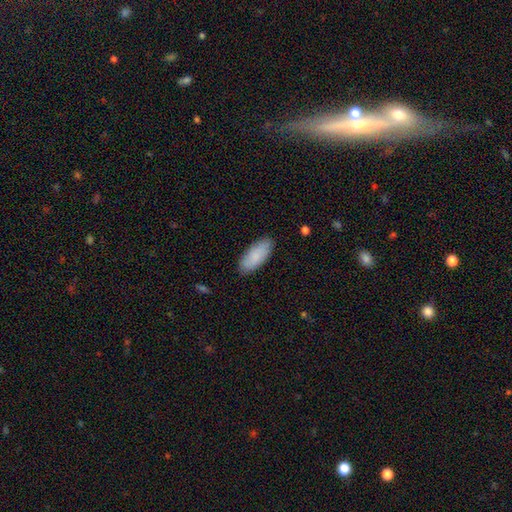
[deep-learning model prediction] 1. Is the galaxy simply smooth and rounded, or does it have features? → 86% smooth, 9% featured or disk, 6% star or artifact.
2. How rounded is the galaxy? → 85% in between, 14% cigar-shaped, 2% round.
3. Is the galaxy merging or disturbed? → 86% none, 11% minor disturbance, 2% major disturbance, 1% merger.